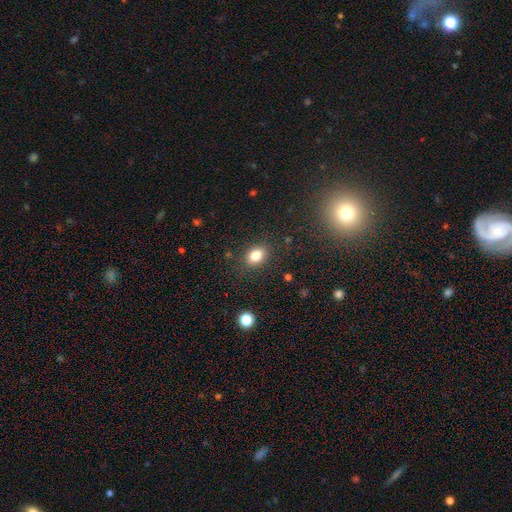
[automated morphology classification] A smooth galaxy with no disk features (82%) that is in between round and cigar-shaped (68%).

Vote fractions:
- Smooth or featured? smooth: 82% / star or artifact: 11% / featured or disk: 7%
- How rounded? in between: 68% / round: 30% / cigar-shaped: 1%
- Merging? none: 85% / minor disturbance: 11% / major disturbance: 3% / merger: 2%